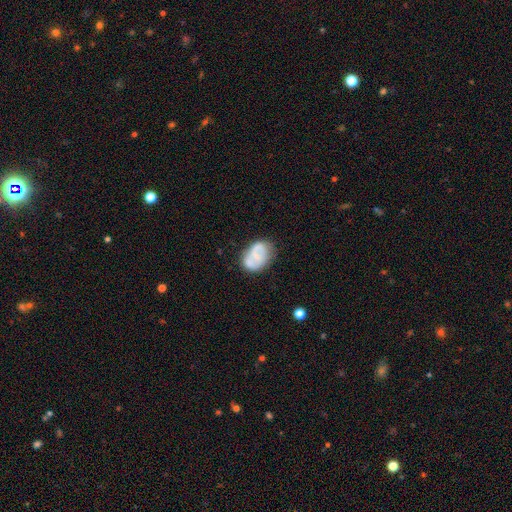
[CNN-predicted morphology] Smooth or featured? smooth (54%)
How rounded? in between (79%)
Merging? none (60%)